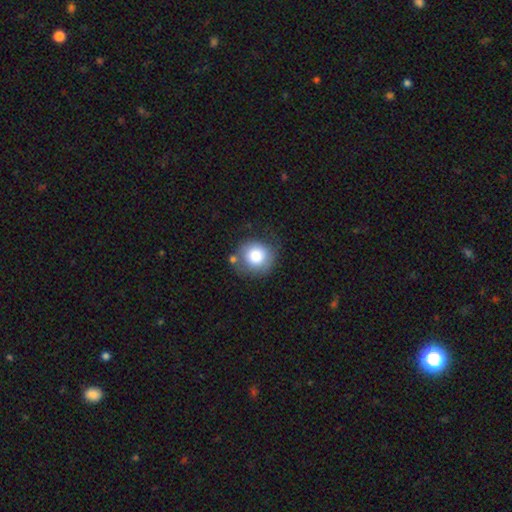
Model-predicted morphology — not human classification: type=smooth (79%); roundness=round (89%); merging=none (64%).